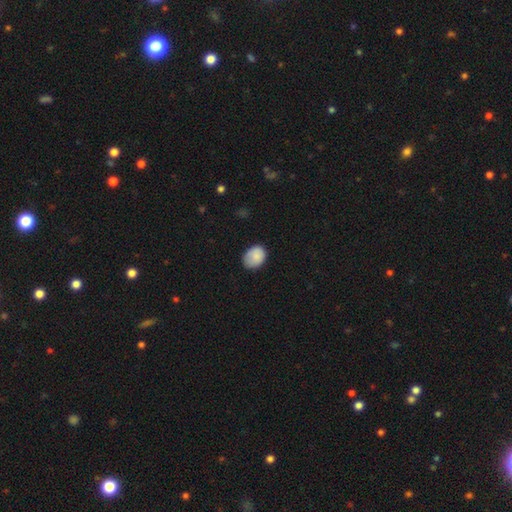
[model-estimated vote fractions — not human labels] A smooth galaxy with no disk features (86%) that is in between round and cigar-shaped (63%).

Vote fractions:
- Smooth or featured? smooth: 86% / star or artifact: 7% / featured or disk: 7%
- How rounded? in between: 63% / round: 37% / cigar-shaped: 1%
- Merging? none: 70% / minor disturbance: 24% / major disturbance: 4% / merger: 1%